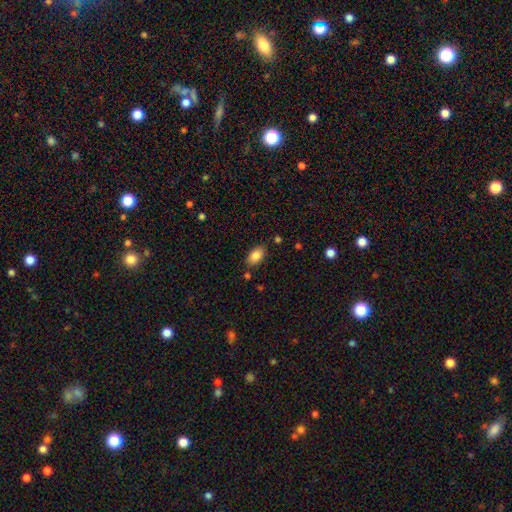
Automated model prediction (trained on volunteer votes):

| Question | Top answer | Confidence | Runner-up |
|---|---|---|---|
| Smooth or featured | smooth | 86% | star or artifact (8%) |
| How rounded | in between | 92% | round (6%) |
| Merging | none | 83% | minor disturbance (11%) |